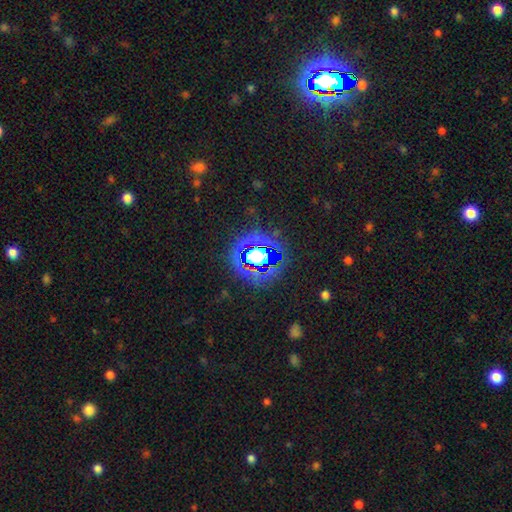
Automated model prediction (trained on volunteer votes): Smooth or featured? star or artifact (70%)